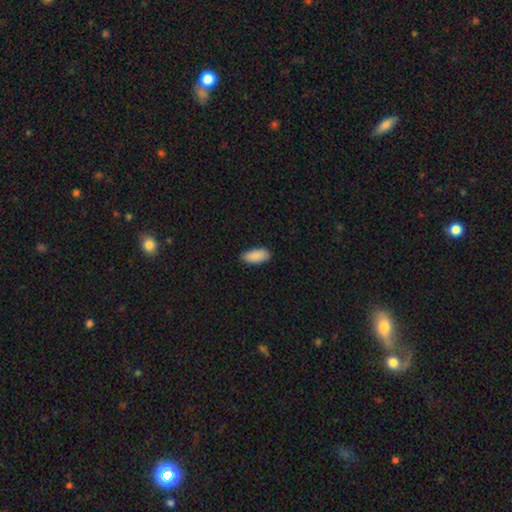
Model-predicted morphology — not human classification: Smooth or featured: smooth — 90% (star or artifact — 6%)
How rounded: in between — 91% (cigar-shaped — 7%)
Merging: none — 86% (minor disturbance — 11%)